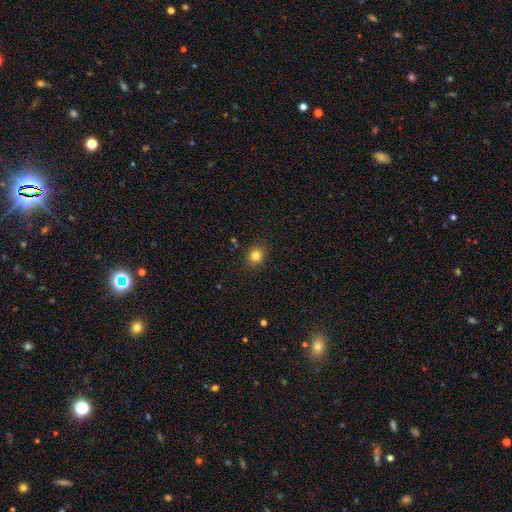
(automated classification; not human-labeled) This is clearly a smooth galaxy (81%). How rounded: likely round (71%). Merging: clearly none (89%).